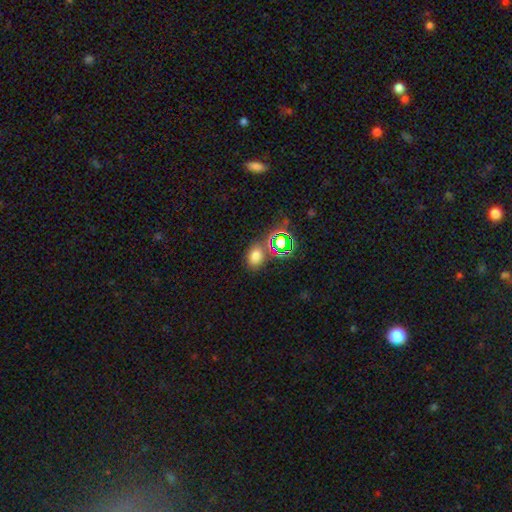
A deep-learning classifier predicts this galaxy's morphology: A smooth galaxy with no disk features (69%) that is in between round and cigar-shaped (63%). Merging: none (71%).